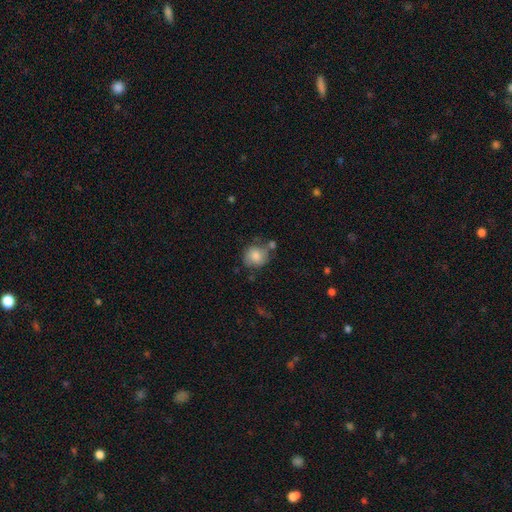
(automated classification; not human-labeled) smooth_or_featured: smooth (p=0.78) [alt: featured or disk p=0.13]
how_rounded: round (p=0.79) [alt: in between p=0.20]
merging: none (p=0.59) [alt: minor disturbance p=0.21]